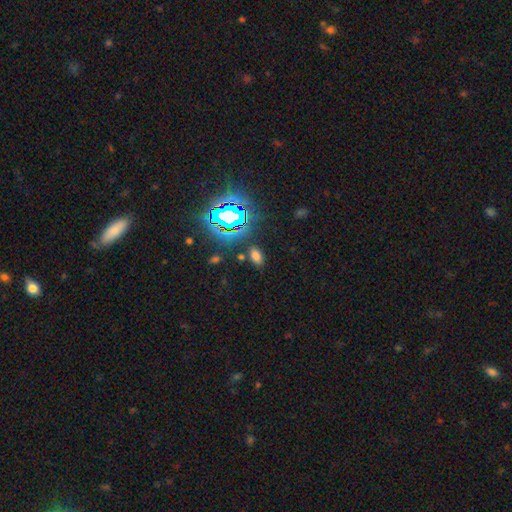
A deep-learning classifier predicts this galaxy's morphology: This is likely a smooth galaxy (64%). How rounded: clearly in between (88%). Merging: clearly none (83%).